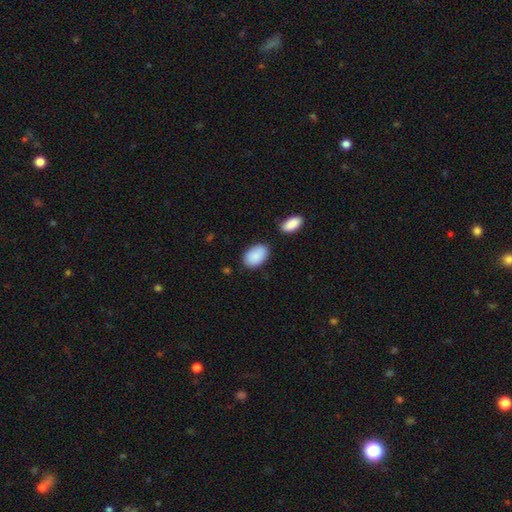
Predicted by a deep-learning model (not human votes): Smooth or featured? Predicted: smooth (p=0.89). How rounded? Predicted: in between (p=0.92). Merging? Predicted: none (p=0.76).